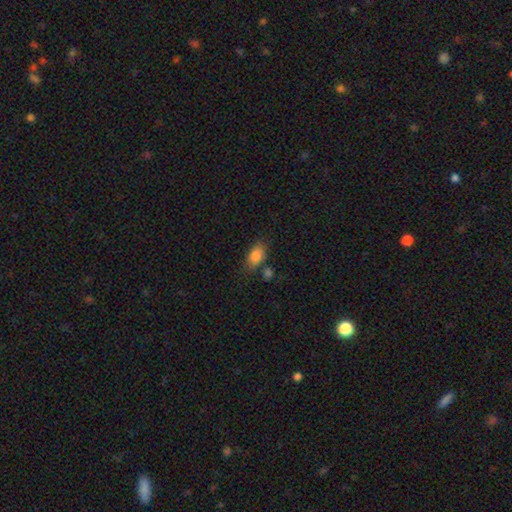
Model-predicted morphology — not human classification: Smooth or featured: smooth — 84% (star or artifact — 9%)
How rounded: in between — 85% (round — 11%)
Merging: none — 62% (minor disturbance — 20%)